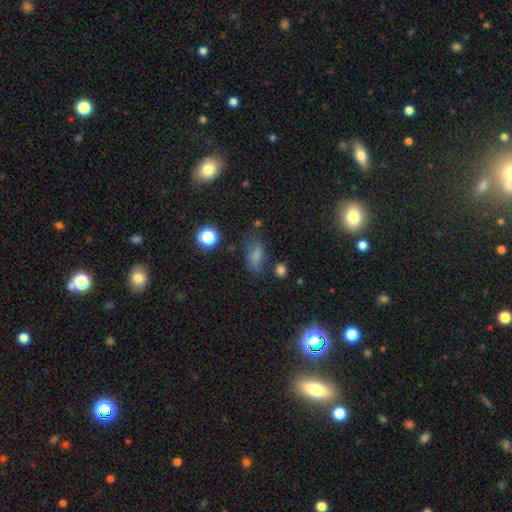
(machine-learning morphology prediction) This is likely a smooth galaxy (67%). How rounded: likely in between (80%). Merging: possibly none (54%).